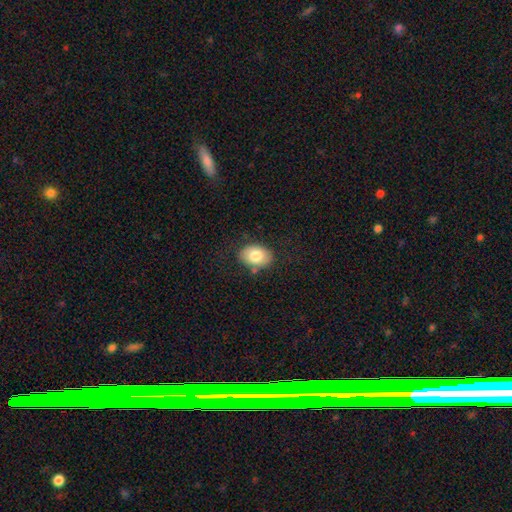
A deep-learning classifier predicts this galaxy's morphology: Overall: smooth (80%). How rounded: in between (80%). Merging: none (78%).